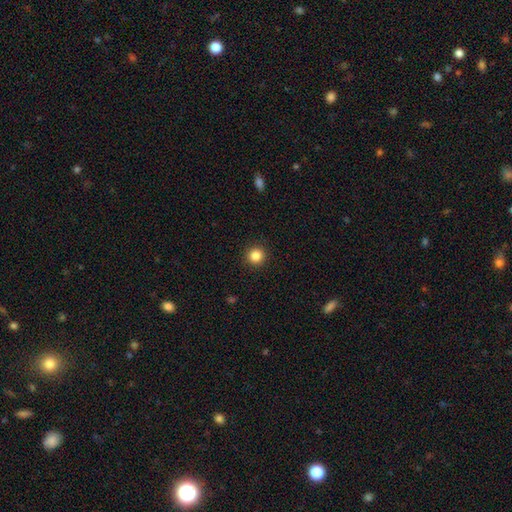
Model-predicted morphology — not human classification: A smooth galaxy with no disk features (85%) that is round (95%). Merging: none (93%).